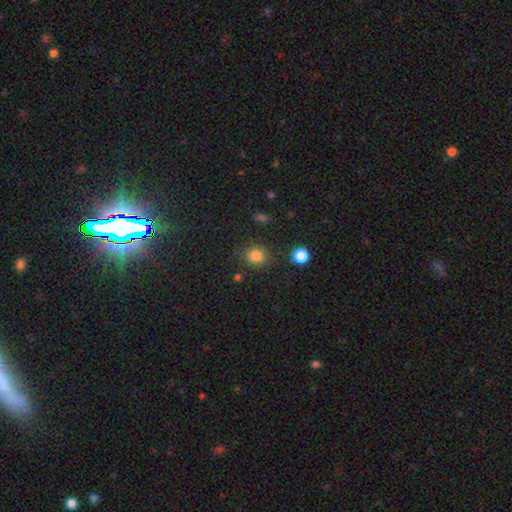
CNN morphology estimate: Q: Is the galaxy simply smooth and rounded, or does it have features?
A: smooth — 82%.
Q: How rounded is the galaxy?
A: round — 81%.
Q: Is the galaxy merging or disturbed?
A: none — 84%.